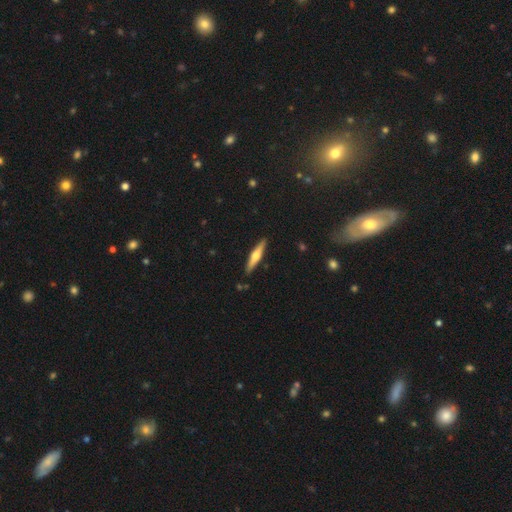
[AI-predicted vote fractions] This appears to be a featured or disk galaxy (57%) viewed edge-on (96%) with a rounded central bulge (88%). Merging: none (89%).